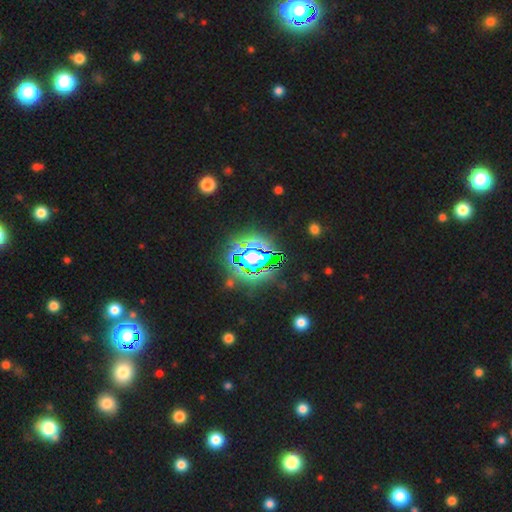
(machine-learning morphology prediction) smooth_or_featured: star or artifact (p=0.83) [alt: smooth p=0.11]